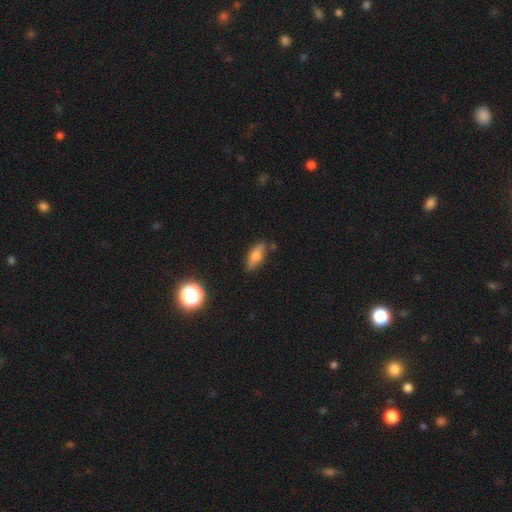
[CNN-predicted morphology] Smooth or featured: smooth — 64% (featured or disk — 27%)
How rounded: in between — 66% (cigar-shaped — 30%)
Merging: none — 79% (minor disturbance — 15%)